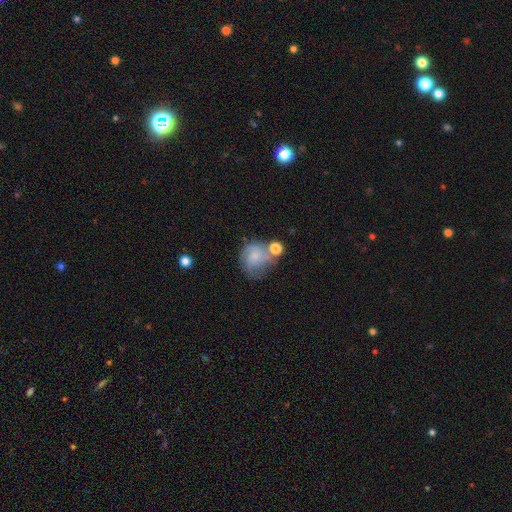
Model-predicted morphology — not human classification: type=smooth (51%); roundness=round (71%); merging=none (41%).